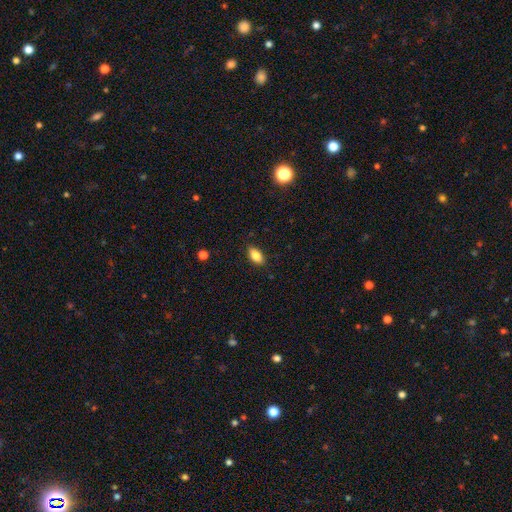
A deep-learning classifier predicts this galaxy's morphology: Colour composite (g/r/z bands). It shows a smooth galaxy with no disk features (85%) that is in between round and cigar-shaped (90%). Merging: none (86%).